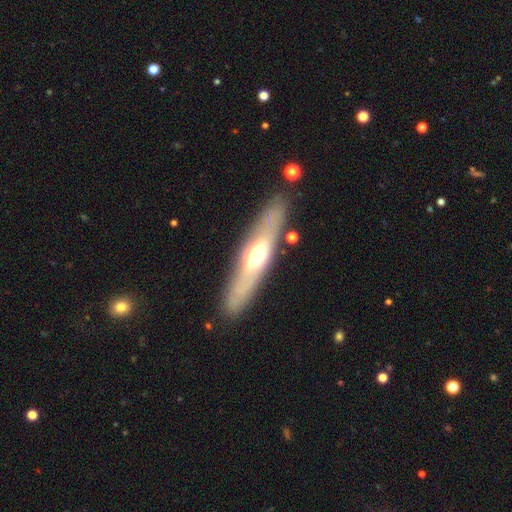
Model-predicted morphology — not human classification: Overall: featured or disk (52%; smooth 42%). Edge-on disk: yes (72%). Merging: none (84%).